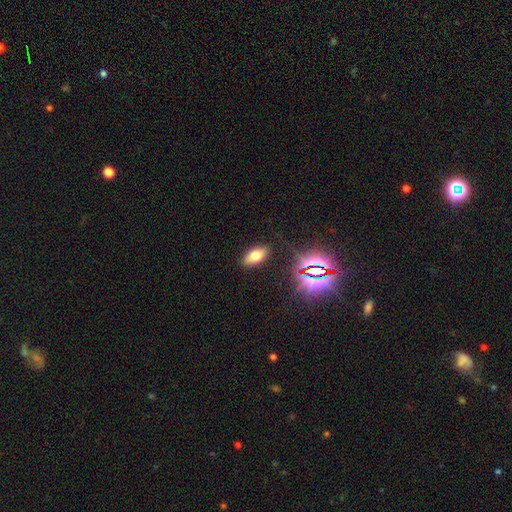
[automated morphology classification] Smooth or featured? smooth (65%)
How rounded? in between (87%)
Merging? none (86%)